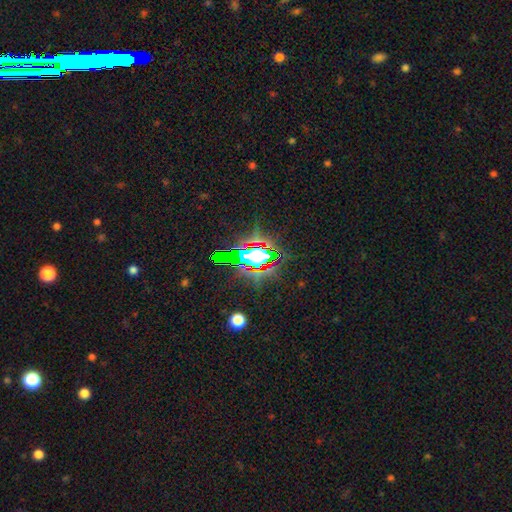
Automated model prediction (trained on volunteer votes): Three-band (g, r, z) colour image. It shows a star or artifact, not a galaxy (71%).